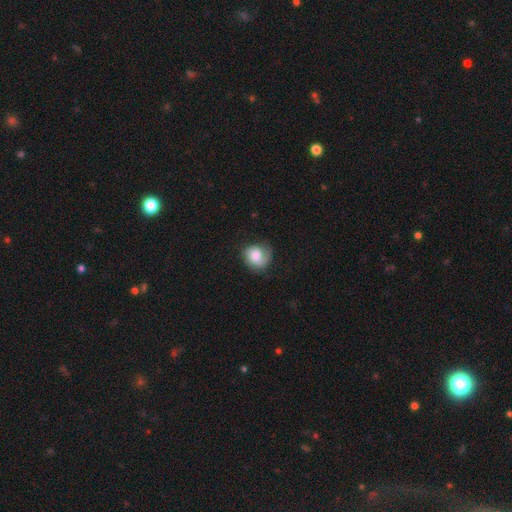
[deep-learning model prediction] Morphology: type=smooth (57%); roundness=round (73%); merging=none (60%).